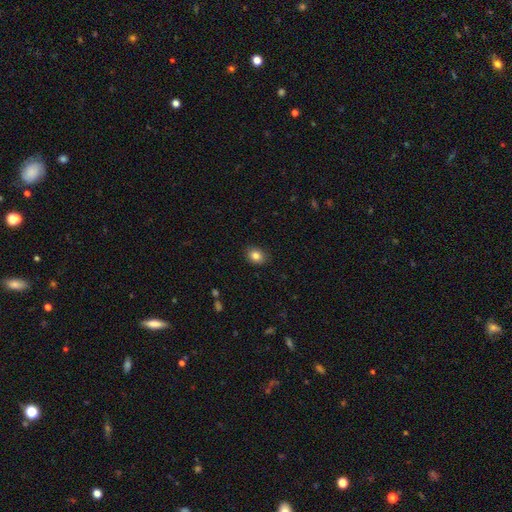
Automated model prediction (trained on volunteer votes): Morphology: type=smooth (84%); roundness=in between (52%); merging=none (89%).